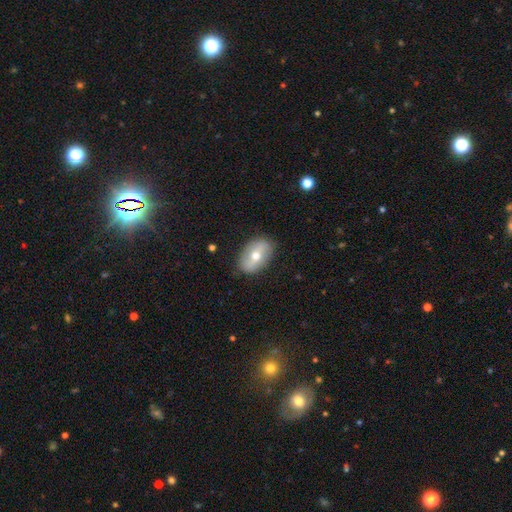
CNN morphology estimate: The model was most divided on "smooth or featured": smooth: 49%, featured or disk: 44%, star or artifact: 7%. More confident: merging — none (84%).